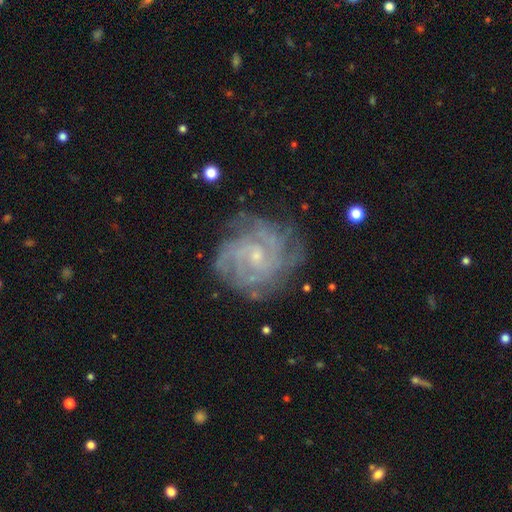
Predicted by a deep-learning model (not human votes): smooth-or-featured: featured or disk: 86% | smooth: 7% | star or artifact: 7%
  disk-edge-on: no: 98% | yes: 2%
    bar: no: 65% | weak: 29% | strong: 5%
    has-spiral-arms: yes: 96% | no: 4%
      spiral-winding: tight: 68% | medium: 27% | loose: 5%
      spiral-arm-count: can't tell: 30% | 4: 21% | 3: 19% | 2: 14% | more than 4: 9% | 1: 7%
    bulge-size: small: 75% | moderate: 20% | none: 3% | large: 1% | dominant: 1%
  merging: none: 74% | minor disturbance: 17% | major disturbance: 7% | merger: 2%